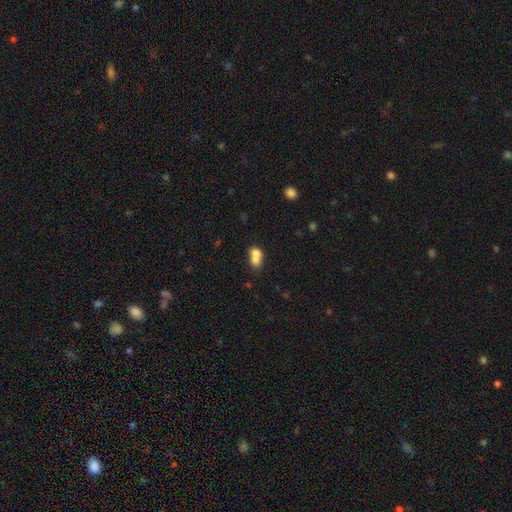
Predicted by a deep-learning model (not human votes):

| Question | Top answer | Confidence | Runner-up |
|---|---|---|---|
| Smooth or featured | smooth | 71% | featured or disk (19%) |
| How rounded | in between | 58% | round (40%) |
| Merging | merger | 70% | none (20%) |